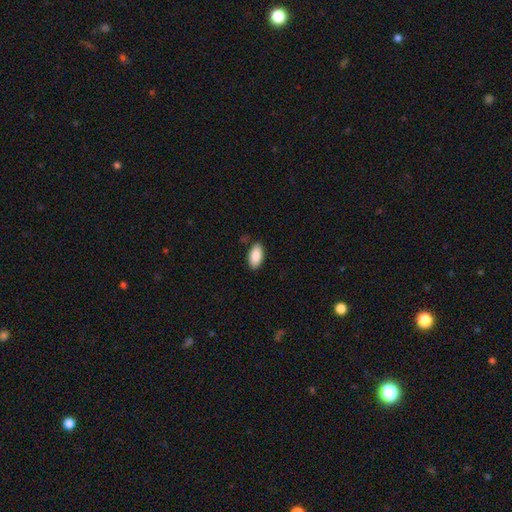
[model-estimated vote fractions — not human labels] Morphology: type=smooth (88%); roundness=in between (93%); merging=none (86%).